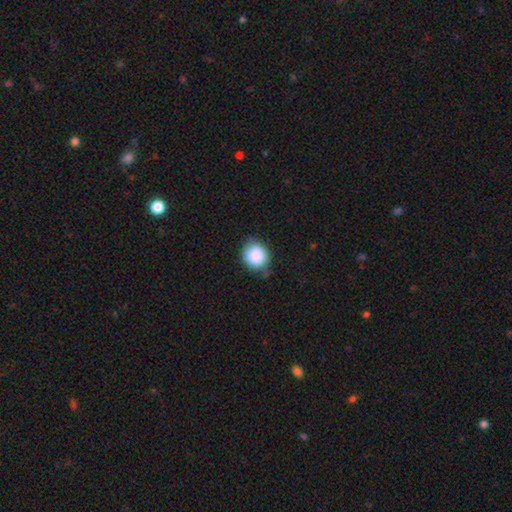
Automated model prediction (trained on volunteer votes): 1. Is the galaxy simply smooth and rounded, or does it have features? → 87% smooth, 8% star or artifact, 5% featured or disk.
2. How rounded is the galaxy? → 86% round, 13% in between, 1% cigar-shaped.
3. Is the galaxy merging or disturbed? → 75% none, 20% minor disturbance, 4% major disturbance, 2% merger.